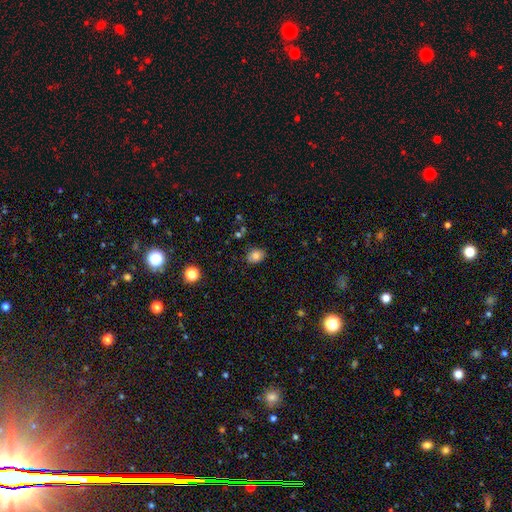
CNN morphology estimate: smooth 81%, star or artifact 10%, featured or disk 9%. Down the decision tree: how rounded — in between (67%); merging — none (84%).